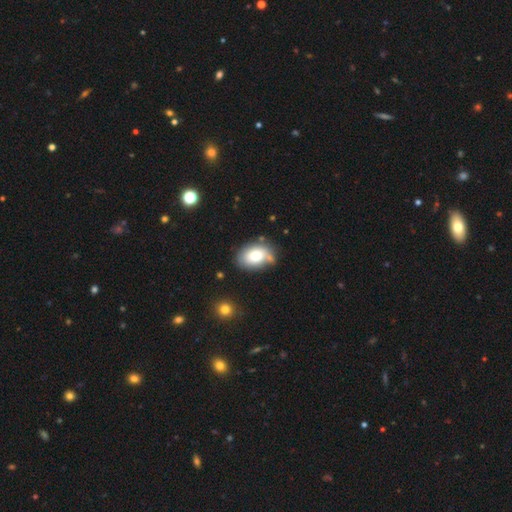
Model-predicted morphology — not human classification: type=smooth (76%); roundness=in between (84%); merging=none (62%).